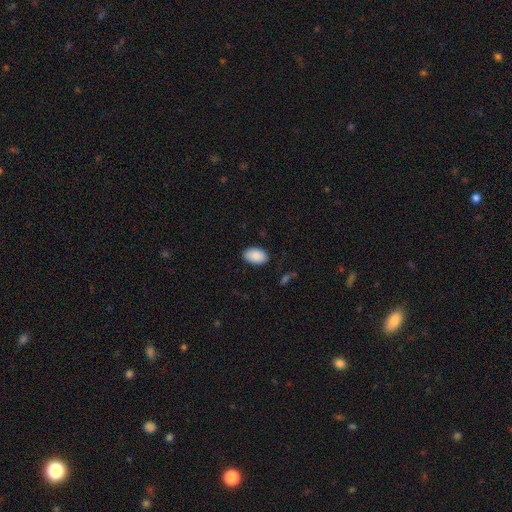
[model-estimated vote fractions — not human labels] A smooth galaxy with no disk features (89%) that is in between round and cigar-shaped (93%).

Vote fractions:
- Smooth or featured? smooth: 89% / star or artifact: 6% / featured or disk: 4%
- How rounded? in between: 93% / round: 6% / cigar-shaped: 1%
- Merging? none: 87% / minor disturbance: 9% / major disturbance: 2% / merger: 1%